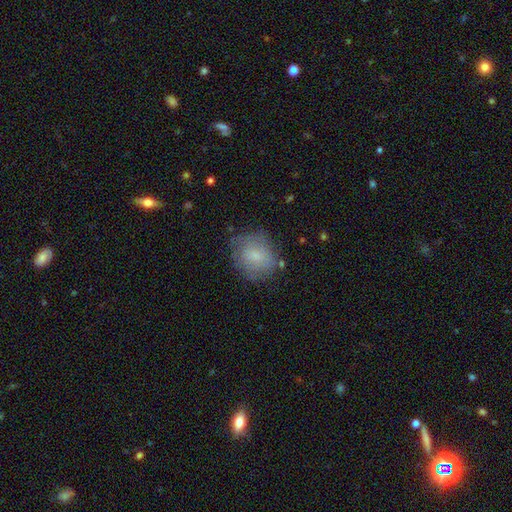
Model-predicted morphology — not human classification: Smooth or featured?
  - smooth: 71% *
  - featured or disk: 21%
  - star or artifact: 8%
How rounded?
  - round: 67% *
  - in between: 32%
  - cigar-shaped: 1%
Merging?
  - none: 66% *
  - minor disturbance: 23%
  - major disturbance: 9%
  - merger: 2%